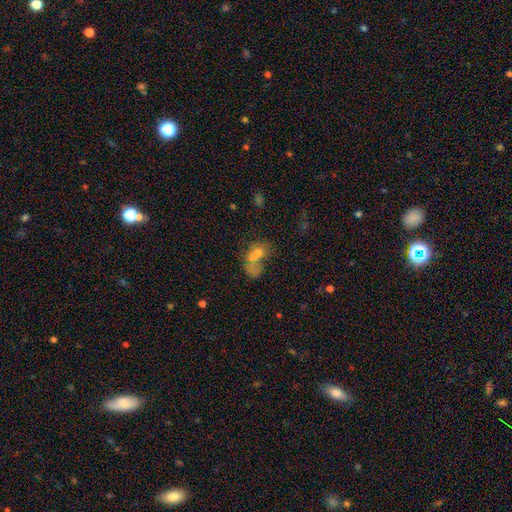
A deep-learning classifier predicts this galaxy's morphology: Smooth or featured?
  - smooth: 60% *
  - featured or disk: 26%
  - star or artifact: 15%
How rounded?
  - in between: 63% *
  - round: 35%
  - cigar-shaped: 2%
Merging?
  - merger: 63% *
  - none: 18%
  - major disturbance: 11%
  - minor disturbance: 8%